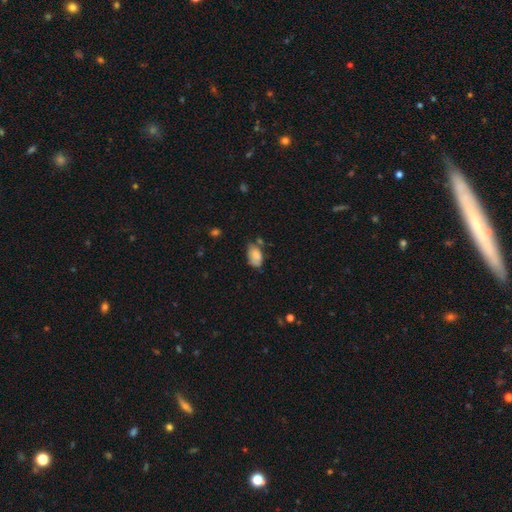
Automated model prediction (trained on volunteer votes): A smooth galaxy with no disk features (80%) that is in between round and cigar-shaped (91%).

Vote fractions:
- Smooth or featured? smooth: 80% / featured or disk: 12% / star or artifact: 8%
- How rounded? in between: 91% / round: 7% / cigar-shaped: 2%
- Merging? none: 50% / minor disturbance: 33% / major disturbance: 9% / merger: 8%